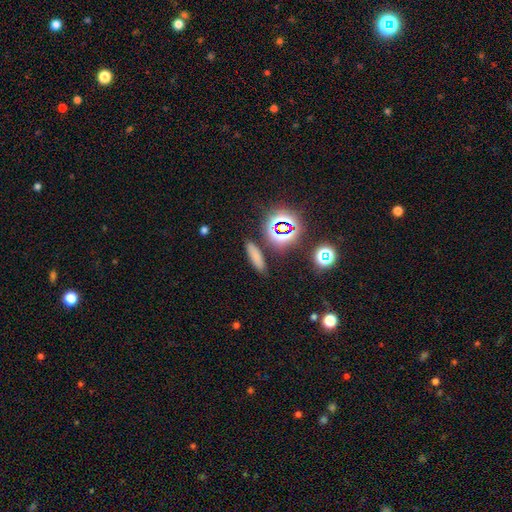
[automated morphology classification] Smooth or featured? Predicted: smooth (p=0.70). How rounded? Predicted: cigar-shaped (p=0.61). Merging? Predicted: none (p=0.86).